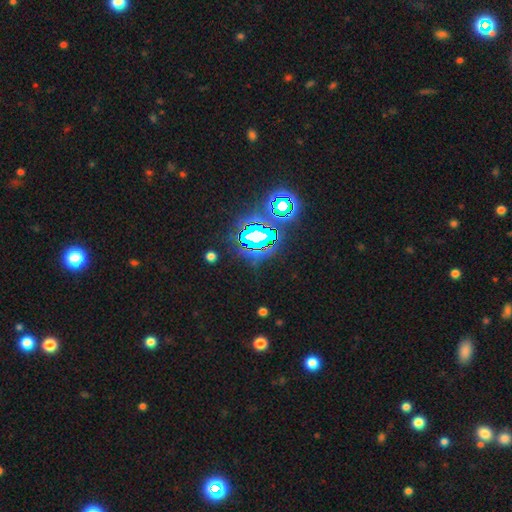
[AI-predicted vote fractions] Smooth or featured? star or artifact (81%)